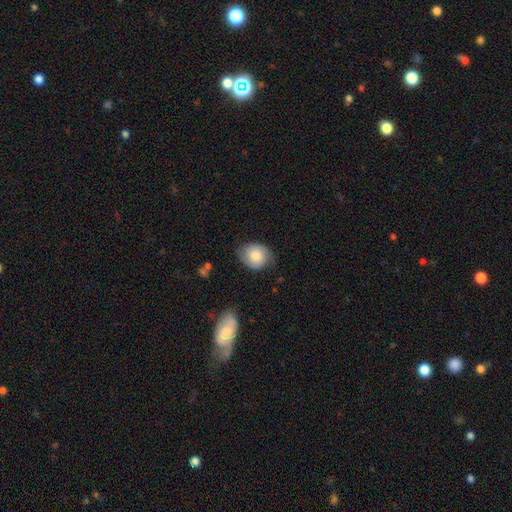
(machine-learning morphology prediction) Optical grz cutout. It shows a smooth galaxy with no disk features (56%) that is round (53%). Merging: none (68%).